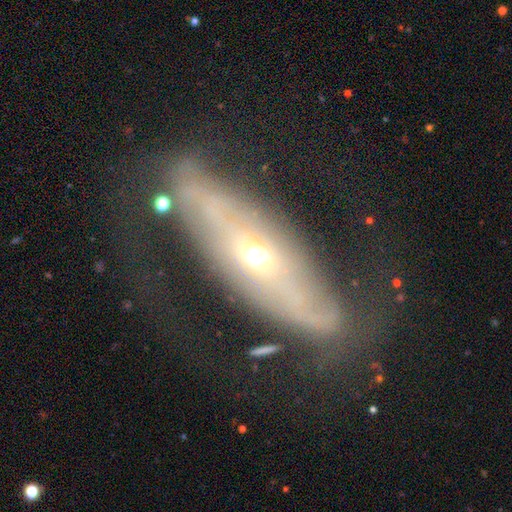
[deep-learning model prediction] Morphology: type=featured or disk (68%); edge-on=no (64%); merging=none (52%).